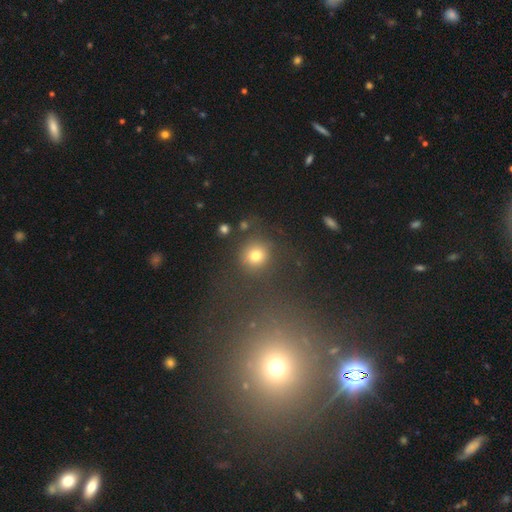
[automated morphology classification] Overall: smooth (75%). How rounded: round (89%). Merging: none (75%).